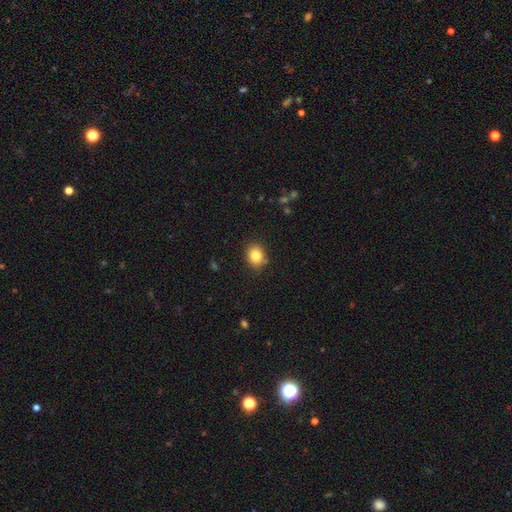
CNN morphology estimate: smooth_or_featured: smooth (p=0.82) [alt: star or artifact p=0.10]
how_rounded: round (p=0.58) [alt: in between p=0.41]
merging: none (p=0.86) [alt: minor disturbance p=0.10]